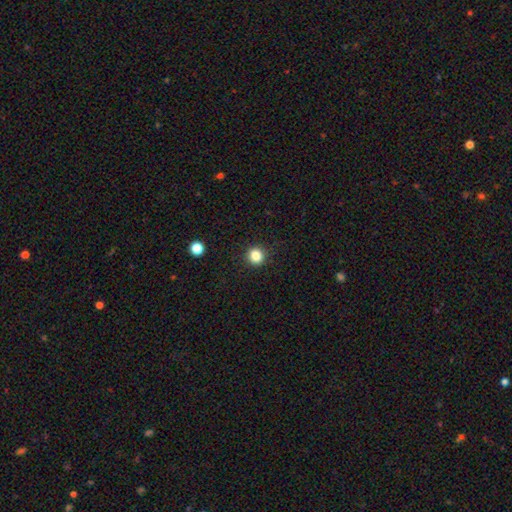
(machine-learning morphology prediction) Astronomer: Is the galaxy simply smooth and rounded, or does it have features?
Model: smooth — 84%.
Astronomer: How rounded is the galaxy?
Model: round — 90%.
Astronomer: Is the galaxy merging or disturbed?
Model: none — 92%.